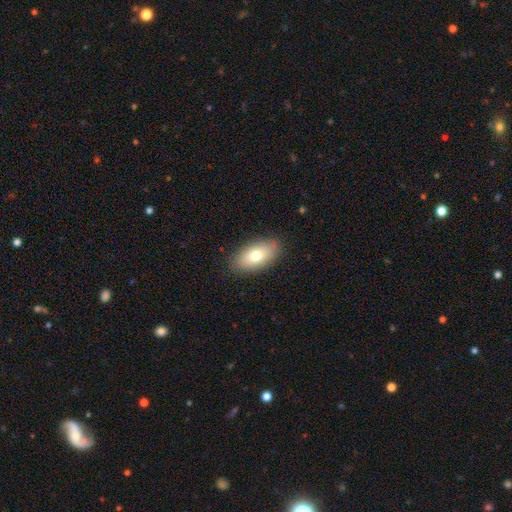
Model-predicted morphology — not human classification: smooth_or_featured: smooth (p=0.74) [alt: featured or disk p=0.18]
how_rounded: in between (p=0.91) [alt: round p=0.05]
merging: none (p=0.86) [alt: minor disturbance p=0.10]